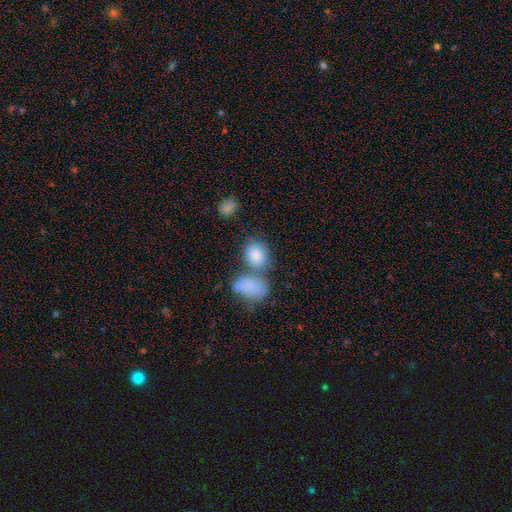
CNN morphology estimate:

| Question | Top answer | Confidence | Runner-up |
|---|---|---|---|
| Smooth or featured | smooth | 82% | featured or disk (9%) |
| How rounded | in between | 59% | round (40%) |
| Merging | none | 46% | merger (37%) |